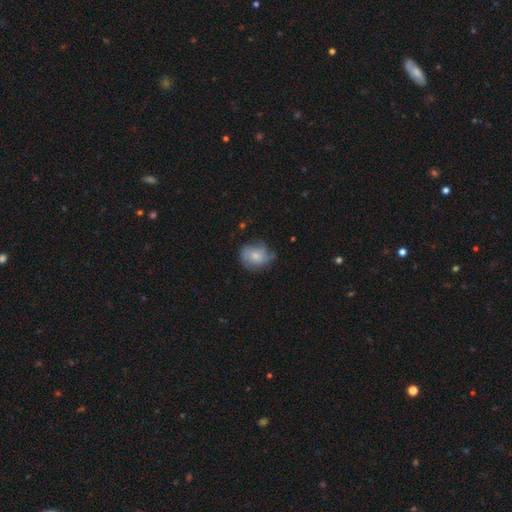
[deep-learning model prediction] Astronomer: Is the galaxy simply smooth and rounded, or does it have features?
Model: smooth — 47% (runner-up: featured or disk, 45%).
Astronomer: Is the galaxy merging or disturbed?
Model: none — 56%.